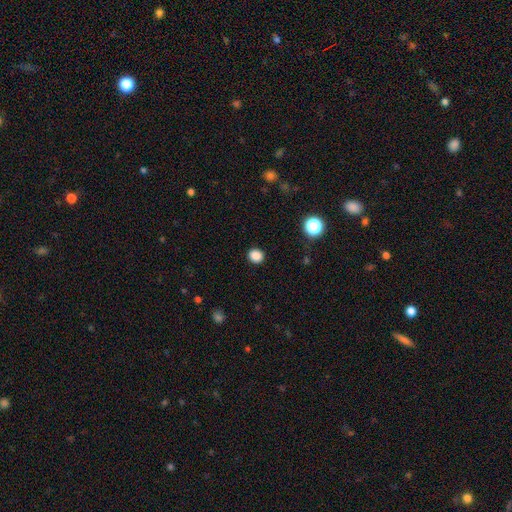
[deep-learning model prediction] The model was most divided on "how rounded": round: 79%, in between: 20%, cigar-shaped: 1%. More confident: merging — none (91%); smooth or featured — smooth (86%).